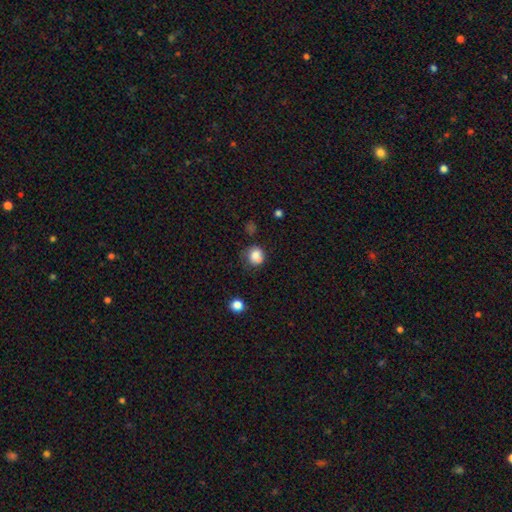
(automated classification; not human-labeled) Q: Smooth or featured?
A: smooth (77%); runner-up: featured or disk (11%)
Q: How rounded?
A: round (74%); runner-up: in between (25%)
Q: Merging?
A: none (50%); runner-up: minor disturbance (22%)